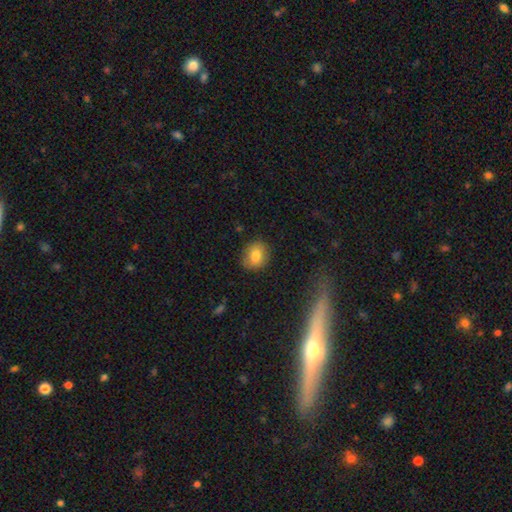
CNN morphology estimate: Smooth or featured? smooth (80%)
How rounded? round (61%)
Merging? none (86%)